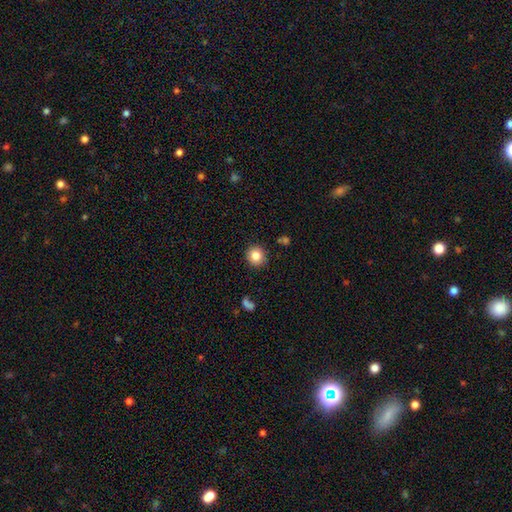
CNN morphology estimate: smooth-or-featured: smooth: 83% | star or artifact: 10% | featured or disk: 7%
  how-rounded: round: 92% | in between: 7% | cigar-shaped: 1%
  merging: none: 90% | minor disturbance: 7% | major disturbance: 2% | merger: 2%